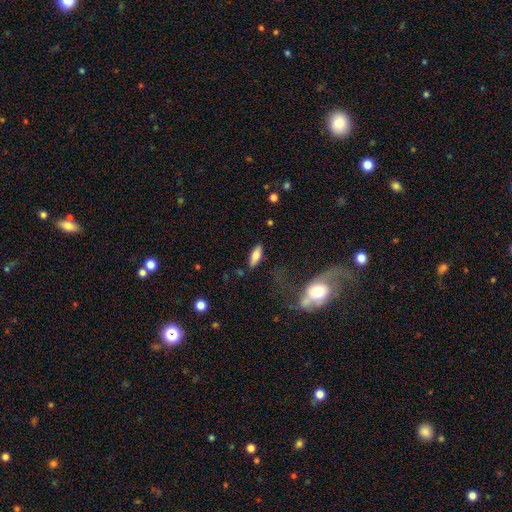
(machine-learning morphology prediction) This appears to be a smooth galaxy with no disk features (77%) that is in between round and cigar-shaped (71%). Merging: none (83%).